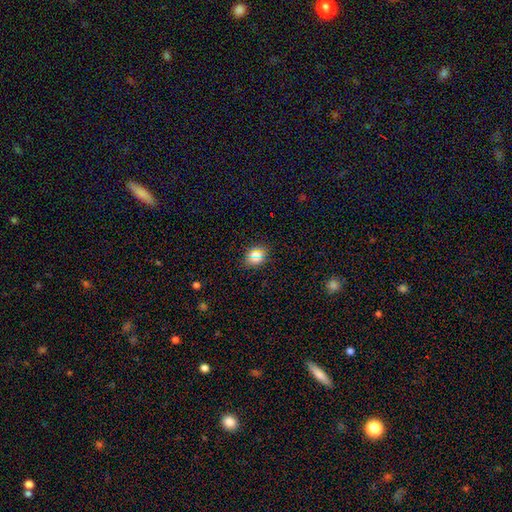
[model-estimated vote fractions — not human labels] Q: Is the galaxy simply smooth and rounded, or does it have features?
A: smooth — 75%.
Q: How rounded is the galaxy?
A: round — 54%.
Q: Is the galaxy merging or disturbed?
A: none — 86%.